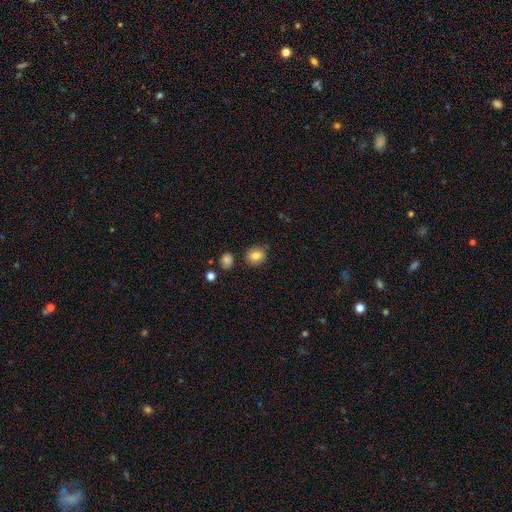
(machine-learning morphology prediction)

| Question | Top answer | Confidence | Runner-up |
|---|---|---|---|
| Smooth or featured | smooth | 82% | star or artifact (10%) |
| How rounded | round | 67% | in between (32%) |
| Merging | none | 83% | minor disturbance (11%) |